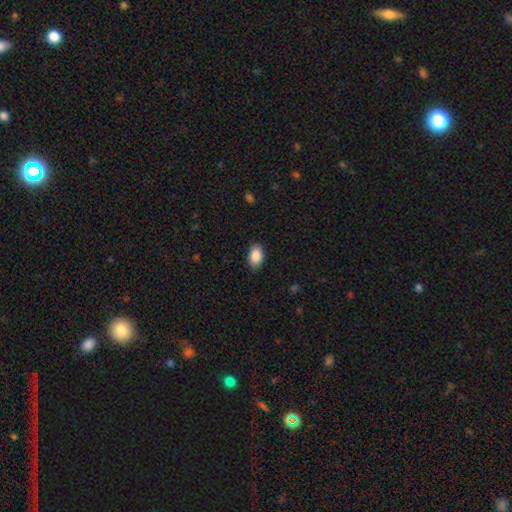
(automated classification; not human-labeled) This appears to be a smooth galaxy with no disk features (89%) that is in between round and cigar-shaped (91%). Merging: none (86%).